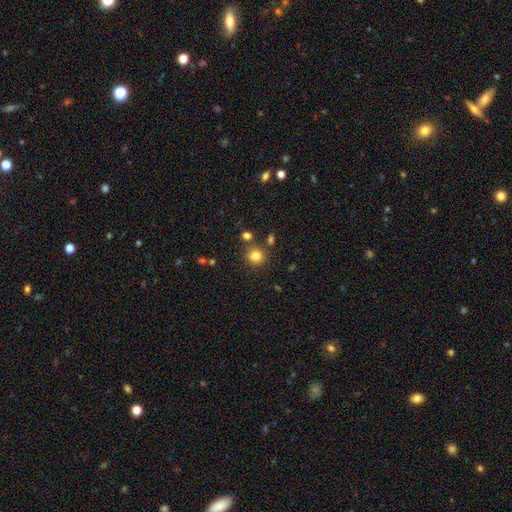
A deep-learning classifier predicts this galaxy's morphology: A smooth galaxy with no disk features (80%) that is round (88%).

Vote fractions:
- Smooth or featured? smooth: 80% / star or artifact: 13% / featured or disk: 6%
- How rounded? round: 88% / in between: 11% / cigar-shaped: 1%
- Merging? none: 81% / minor disturbance: 9% / merger: 7% / major disturbance: 3%